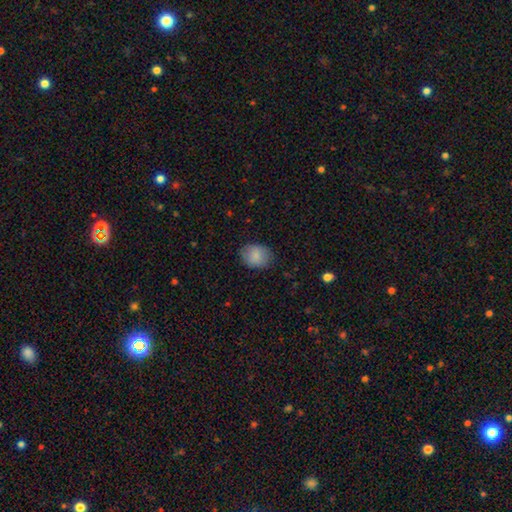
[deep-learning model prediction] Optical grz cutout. It shows a smooth galaxy with no disk features (86%) that is in between round and cigar-shaped (56%). Merging: none (81%).